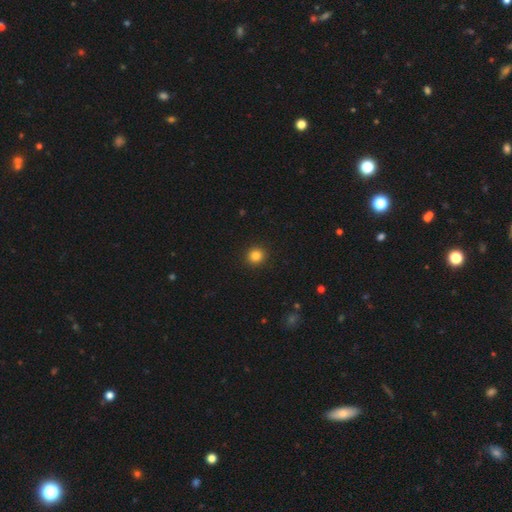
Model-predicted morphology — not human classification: The model was most divided on "smooth or featured": smooth: 83%, star or artifact: 12%, featured or disk: 5%. More confident: merging — none (93%); how rounded — round (92%).